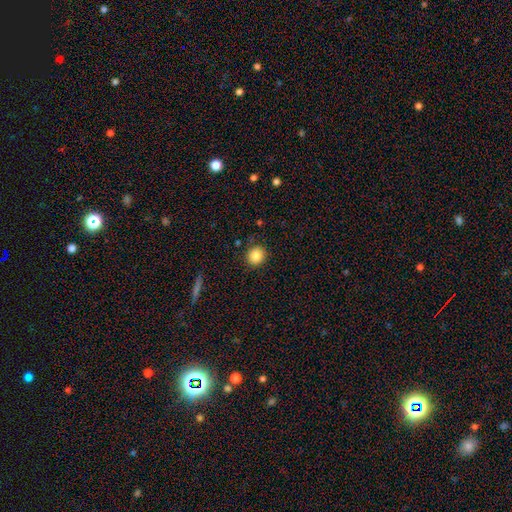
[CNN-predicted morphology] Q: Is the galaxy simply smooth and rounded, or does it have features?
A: smooth — 86%.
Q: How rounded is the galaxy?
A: round — 87%.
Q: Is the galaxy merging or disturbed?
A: none — 88%.